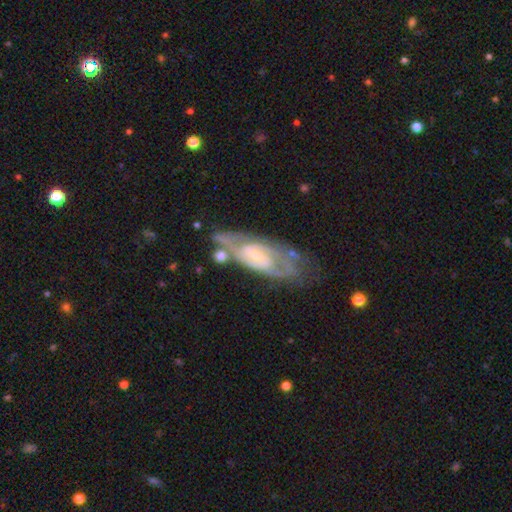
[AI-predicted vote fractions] Morphology: type=featured or disk (82%); edge-on=no (90%); bar=weak (46%); spiral arms=yes (89%); winding=tight (49%); arm count=2 (56%); bulge=small (62%); merging=none (51%).